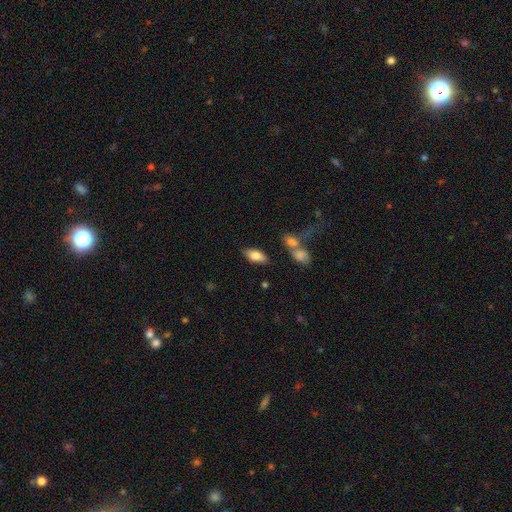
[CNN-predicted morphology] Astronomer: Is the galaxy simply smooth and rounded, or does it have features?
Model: smooth — 75%.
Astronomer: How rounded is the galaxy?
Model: in between — 86%.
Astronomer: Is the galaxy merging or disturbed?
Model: none — 79%.